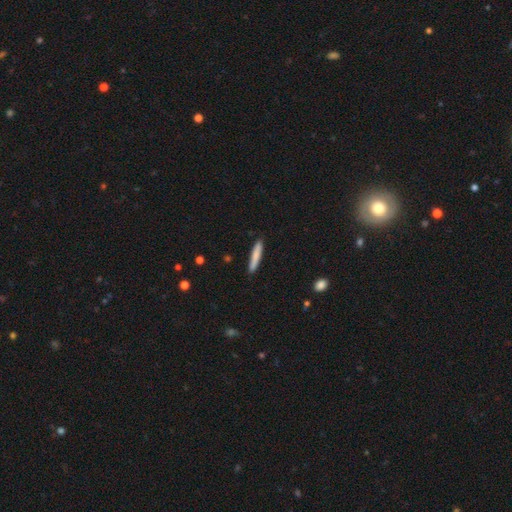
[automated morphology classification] smooth 79%, featured or disk 15%, star or artifact 6%. Down the decision tree: how rounded — cigar-shaped (93%); merging — none (88%).